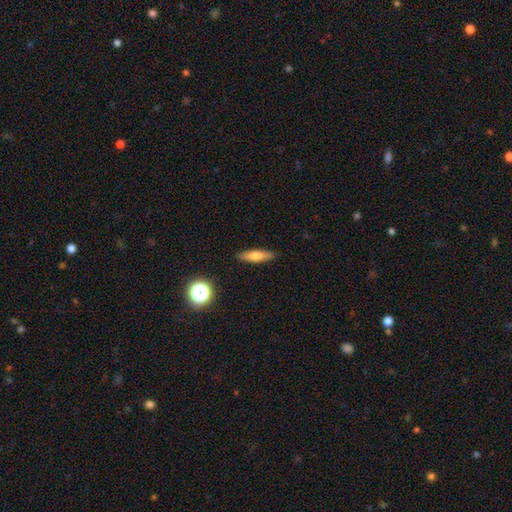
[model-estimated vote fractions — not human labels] This is likely a smooth galaxy (64%). How rounded: likely cigar-shaped (62%). Merging: clearly none (88%).